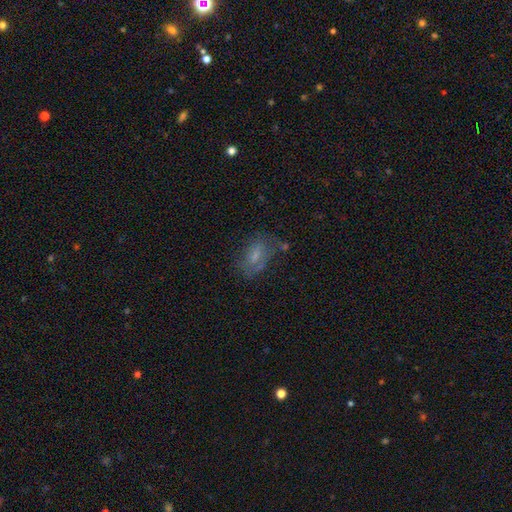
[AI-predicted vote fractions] The model was most divided on "smooth or featured": smooth: 49%, featured or disk: 37%, star or artifact: 14%. More confident: merging — none (54%).